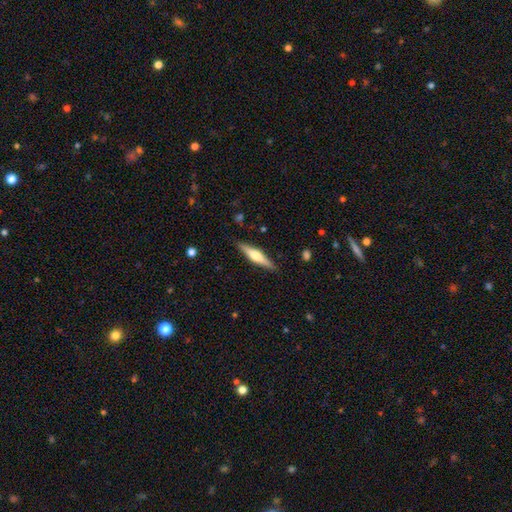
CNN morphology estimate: Overall: featured or disk (60%; smooth 34%). Edge-on disk: yes (97%). Edge-on bulge: rounded (90%). Merging: none (89%).